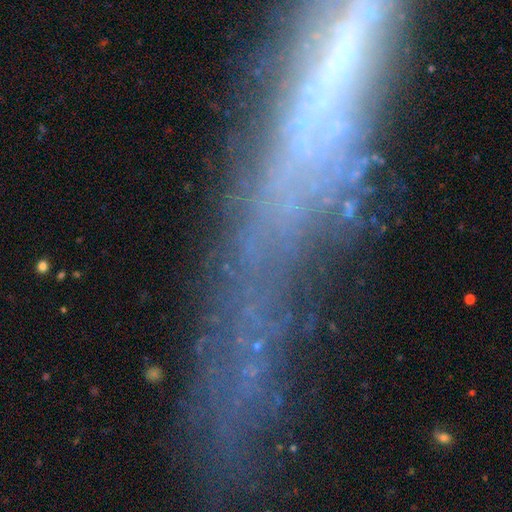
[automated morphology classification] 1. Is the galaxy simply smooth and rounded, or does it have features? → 56% featured or disk, 24% smooth, 21% star or artifact.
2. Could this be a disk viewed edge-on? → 56% yes, 44% no.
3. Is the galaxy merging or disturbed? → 50% none, 22% major disturbance, 21% minor disturbance, 8% merger.